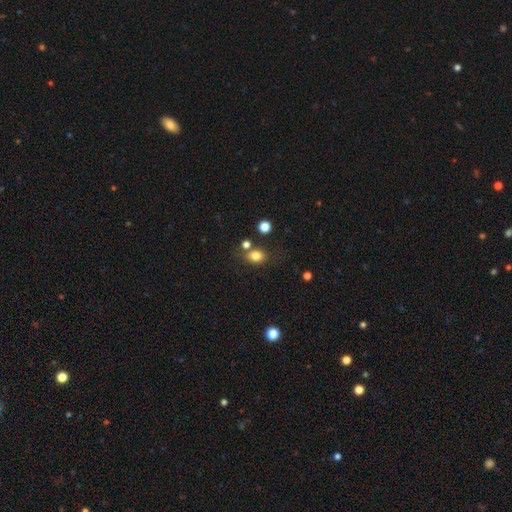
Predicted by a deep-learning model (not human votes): Smooth or featured? smooth (79%)
How rounded? in between (55%)
Merging? none (68%)